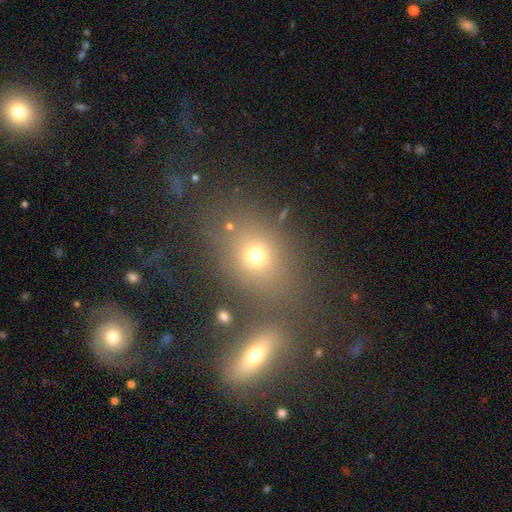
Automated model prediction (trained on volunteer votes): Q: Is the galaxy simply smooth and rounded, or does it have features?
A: smooth — 68%.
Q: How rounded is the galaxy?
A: round — 52%.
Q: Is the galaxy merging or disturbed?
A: none — 67%.